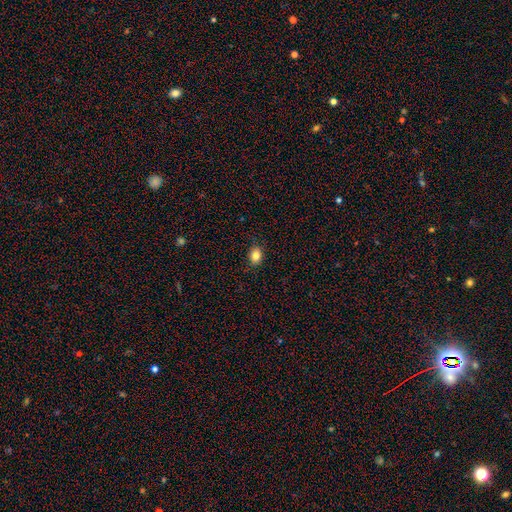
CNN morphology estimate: smooth 83%, star or artifact 10%, featured or disk 7%. Down the decision tree: how rounded — in between (65%); merging — none (87%).